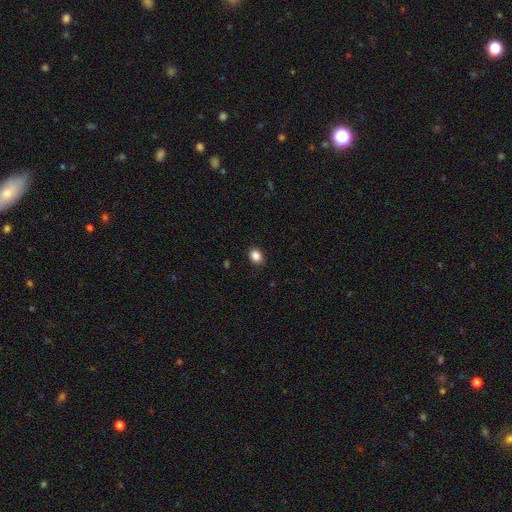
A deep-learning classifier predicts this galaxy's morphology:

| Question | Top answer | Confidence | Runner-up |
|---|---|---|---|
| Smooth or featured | smooth | 86% | star or artifact (10%) |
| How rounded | in between | 60% | round (39%) |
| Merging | none | 90% | minor disturbance (7%) |